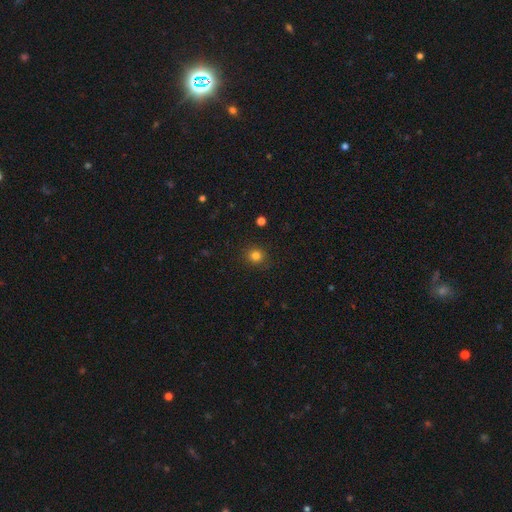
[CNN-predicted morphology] This appears to be a smooth galaxy with no disk features (82%) that is round (88%). Merging: none (89%).